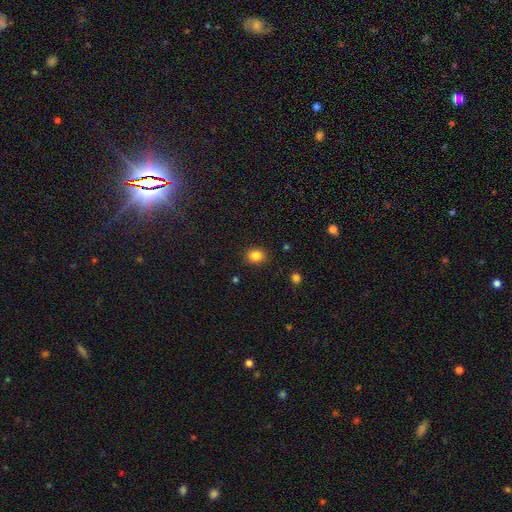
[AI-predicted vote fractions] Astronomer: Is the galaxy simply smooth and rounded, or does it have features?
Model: smooth — 85%.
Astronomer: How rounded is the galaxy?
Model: in between — 54% (runner-up: round, 45%).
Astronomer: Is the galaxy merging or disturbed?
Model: none — 87%.